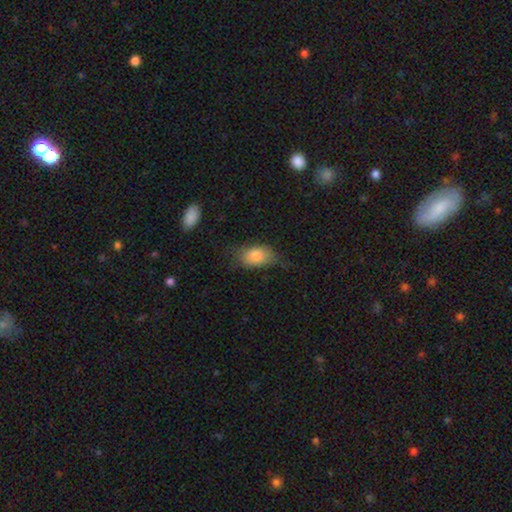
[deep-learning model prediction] Overall: smooth (82%). How rounded: in between (86%). Merging: none (57%; minor disturbance 30%).